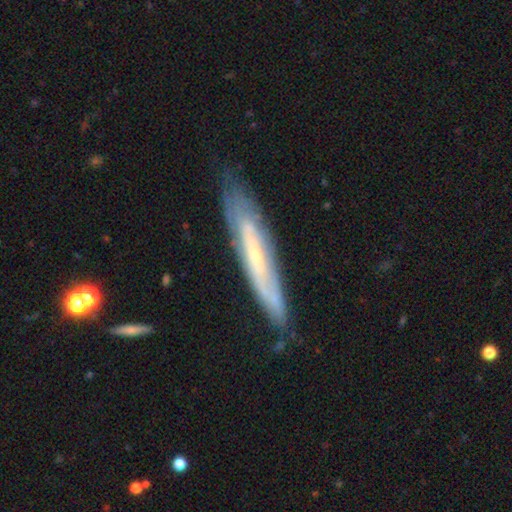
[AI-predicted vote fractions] Q: Smooth or featured?
A: featured or disk (67%); runner-up: smooth (26%)
Q: Edge-on disk?
A: yes (59%); runner-up: no (41%)
Q: Merging?
A: none (74%); runner-up: minor disturbance (20%)